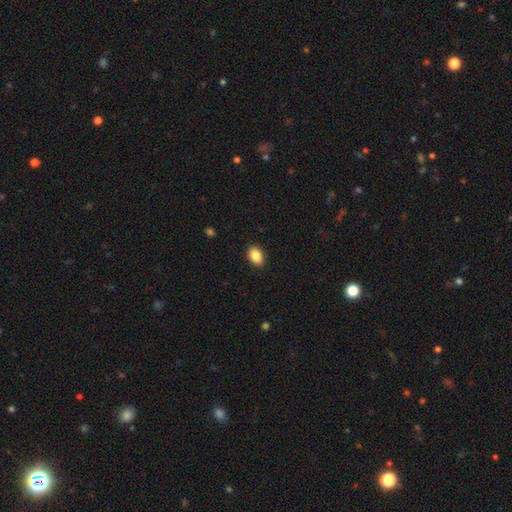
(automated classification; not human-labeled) smooth-or-featured: smooth: 88% | star or artifact: 8% | featured or disk: 5%
  how-rounded: in between: 86% | round: 12% | cigar-shaped: 1%
  merging: none: 90% | minor disturbance: 8% | major disturbance: 2% | merger: 1%